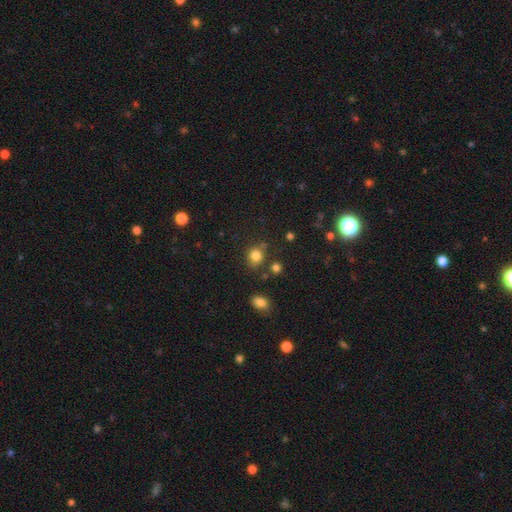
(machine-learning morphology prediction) Smooth or featured: smooth — 81% (star or artifact — 13%)
How rounded: round — 70% (in between — 29%)
Merging: none — 70% (minor disturbance — 17%)